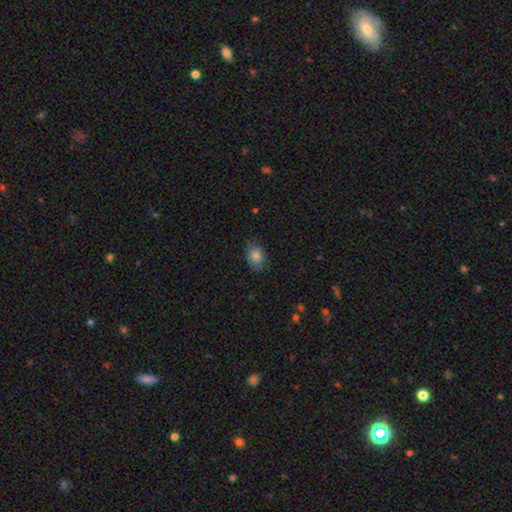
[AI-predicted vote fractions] This appears to be a smooth galaxy with no disk features (83%) that is in between round and cigar-shaped (76%). Merging: none (79%).